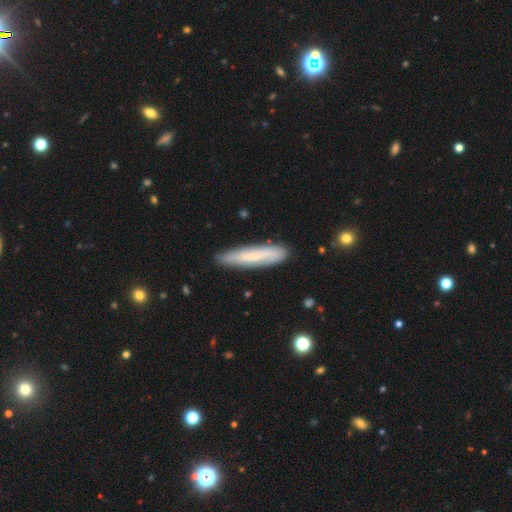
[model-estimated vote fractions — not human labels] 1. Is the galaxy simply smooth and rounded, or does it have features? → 62% smooth, 32% featured or disk, 6% star or artifact.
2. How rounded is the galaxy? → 88% cigar-shaped, 10% in between, 1% round.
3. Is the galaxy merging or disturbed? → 85% none, 11% minor disturbance, 2% major disturbance, 2% merger.